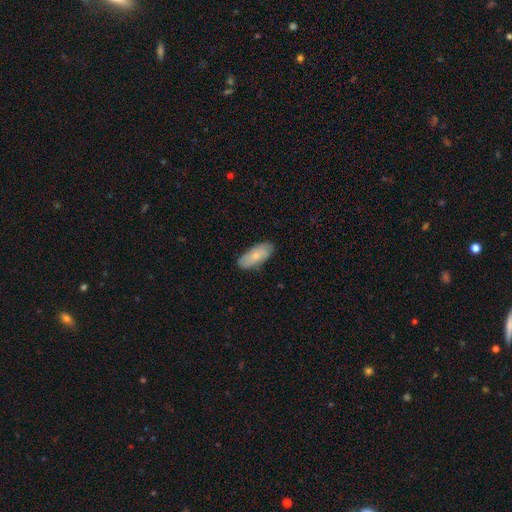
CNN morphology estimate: Smooth or featured: smooth — 72% (featured or disk — 23%)
How rounded: in between — 85% (cigar-shaped — 13%)
Merging: none — 82% (minor disturbance — 15%)